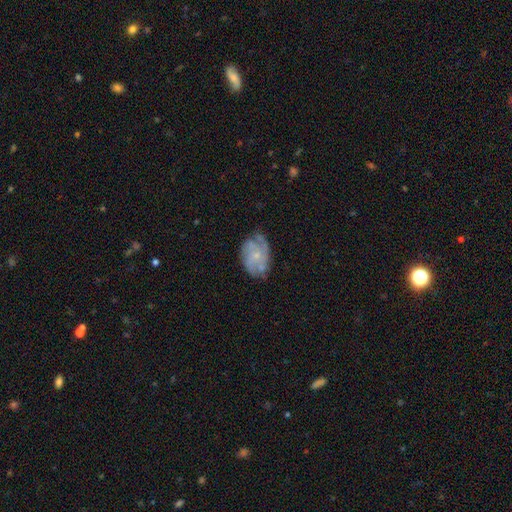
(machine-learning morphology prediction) type=featured or disk (71%); edge-on=no (97%); bar=no (78%); spiral arms=yes (87%); winding=tight (43%); arm count=can't tell (33%); bulge=small (70%); merging=none (62%).